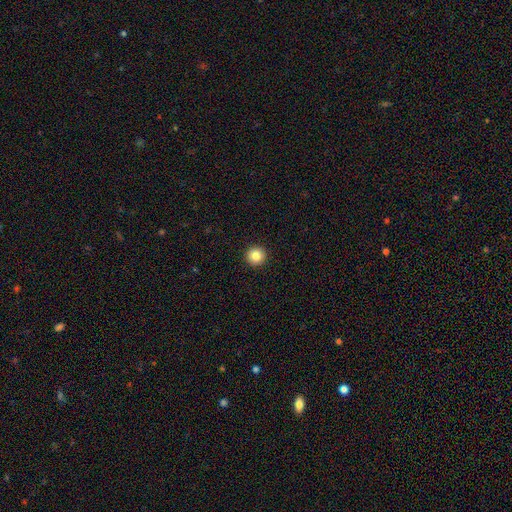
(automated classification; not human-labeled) Smooth or featured?
  - smooth: 85% *
  - star or artifact: 10%
  - featured or disk: 5%
How rounded?
  - round: 96% *
  - in between: 3%
  - cigar-shaped: 1%
Merging?
  - none: 94% *
  - minor disturbance: 4%
  - major disturbance: 1%
  - merger: 1%